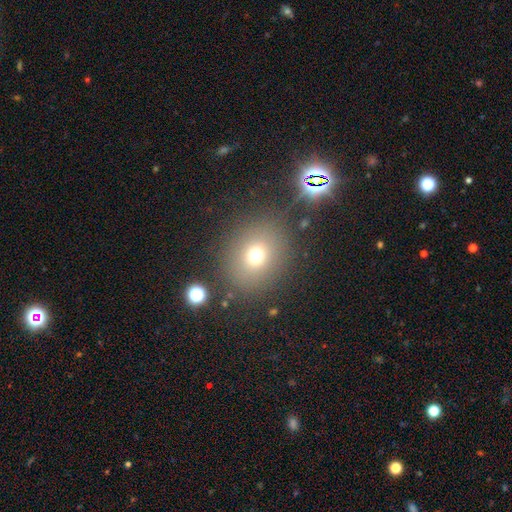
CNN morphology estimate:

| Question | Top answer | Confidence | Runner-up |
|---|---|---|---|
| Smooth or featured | smooth | 69% | star or artifact (19%) |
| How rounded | round | 69% | in between (30%) |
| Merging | none | 82% | minor disturbance (10%) |